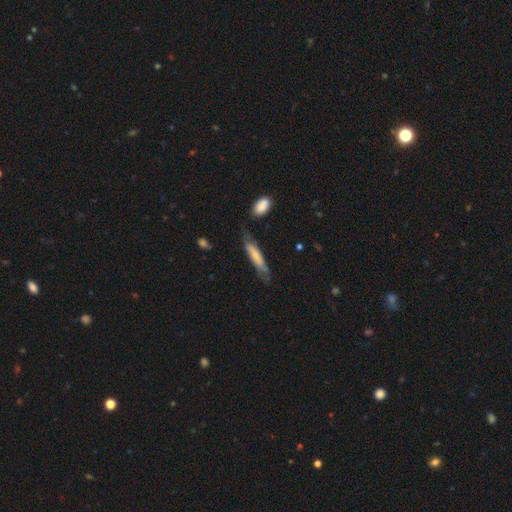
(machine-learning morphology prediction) smooth_or_featured: smooth (p=0.62) [alt: featured or disk p=0.32]
how_rounded: cigar-shaped (p=0.83) [alt: in between p=0.16]
merging: none (p=0.60) [alt: minor disturbance p=0.27]